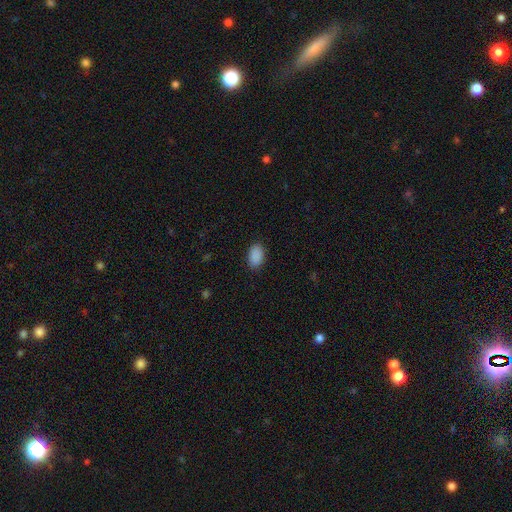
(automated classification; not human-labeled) smooth_or_featured: smooth (p=0.90) [alt: star or artifact p=0.08]
how_rounded: in between (p=0.91) [alt: round p=0.07]
merging: none (p=0.87) [alt: minor disturbance p=0.09]